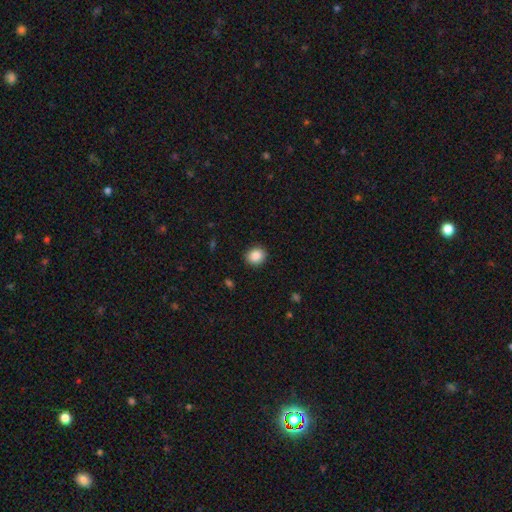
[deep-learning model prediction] Q: Smooth or featured?
A: smooth (88%); runner-up: star or artifact (9%)
Q: How rounded?
A: round (76%); runner-up: in between (23%)
Q: Merging?
A: none (90%); runner-up: minor disturbance (7%)